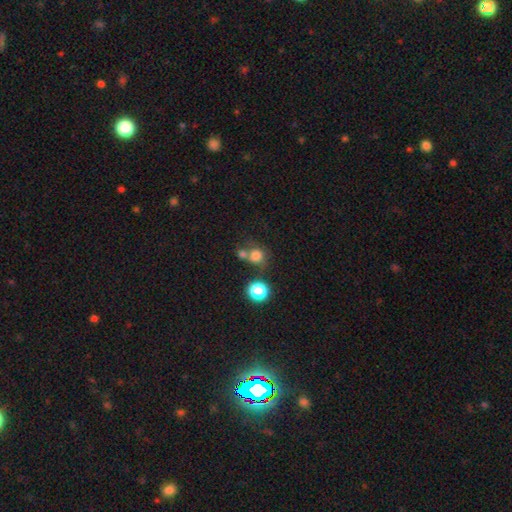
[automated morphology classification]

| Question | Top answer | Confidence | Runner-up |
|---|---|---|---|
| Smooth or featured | smooth | 75% | star or artifact (16%) |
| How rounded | round | 81% | in between (18%) |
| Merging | none | 48% | merger (35%) |